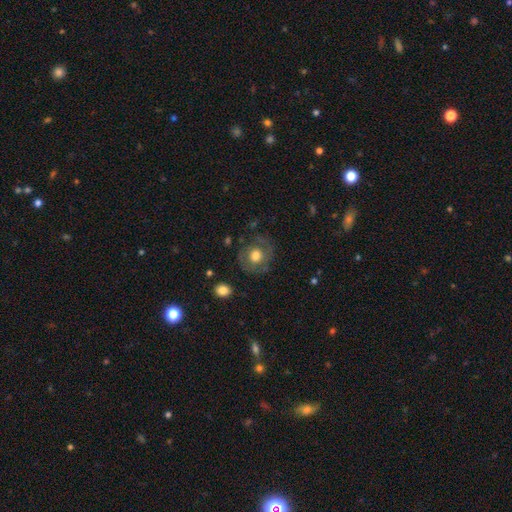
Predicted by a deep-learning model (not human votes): smooth-or-featured: smooth: 54% | featured or disk: 38% | star or artifact: 8%
  how-rounded: round: 84% | in between: 15% | cigar-shaped: 1%
  merging: none: 73% | minor disturbance: 16% | major disturbance: 9% | merger: 2%